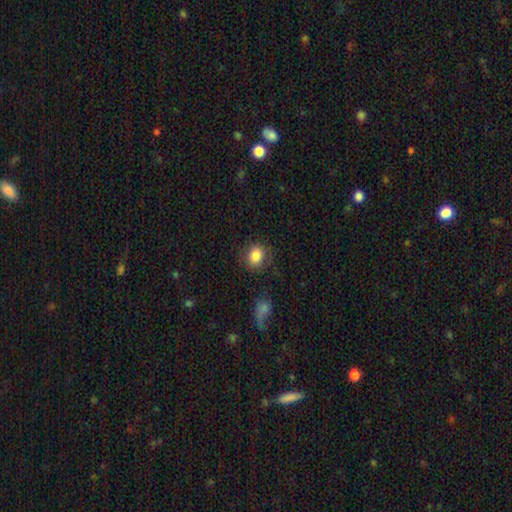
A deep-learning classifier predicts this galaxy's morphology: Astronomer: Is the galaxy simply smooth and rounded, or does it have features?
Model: smooth — 84%.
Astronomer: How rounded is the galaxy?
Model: round — 72%.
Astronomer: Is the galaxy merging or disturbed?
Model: none — 78%.